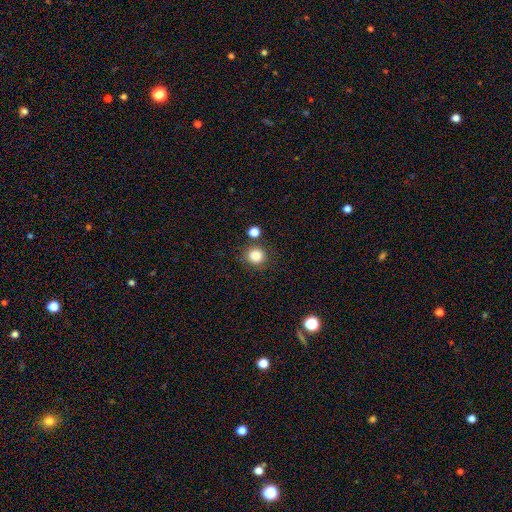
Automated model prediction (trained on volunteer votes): Smooth or featured? Predicted: smooth (p=0.85). How rounded? Predicted: round (p=0.92). Merging? Predicted: none (p=0.80).